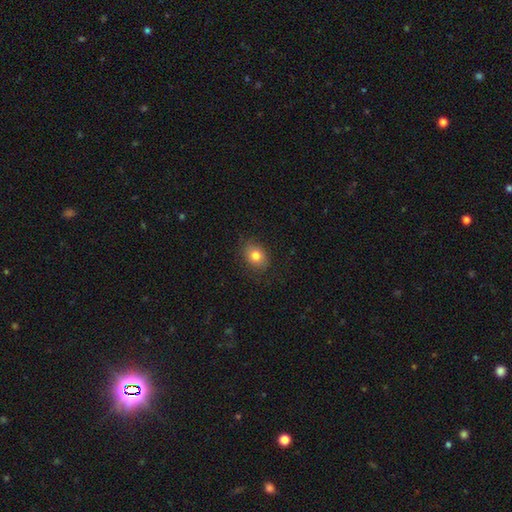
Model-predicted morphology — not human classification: Q: Smooth or featured?
A: smooth (81%); runner-up: star or artifact (10%)
Q: How rounded?
A: in between (51%); runner-up: round (48%)
Q: Merging?
A: none (83%); runner-up: minor disturbance (13%)